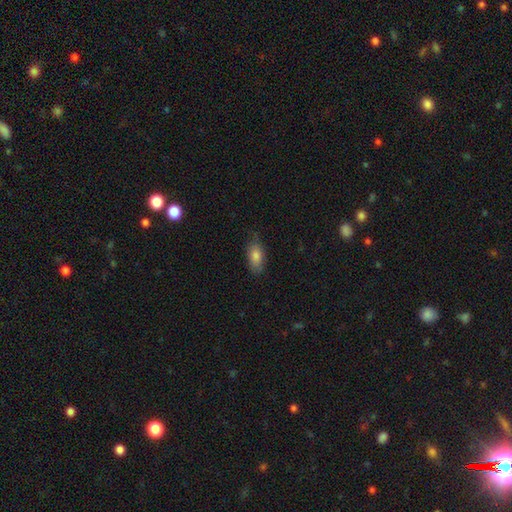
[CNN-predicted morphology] Overall: smooth (77%). How rounded: in between (83%). Merging: none (76%).